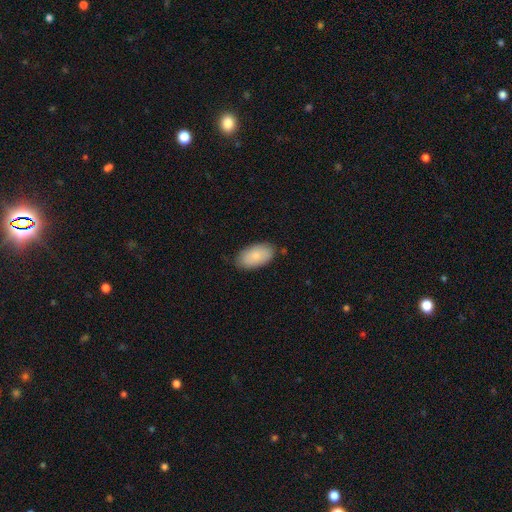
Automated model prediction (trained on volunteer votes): A smooth galaxy with no disk features (80%) that is in between round and cigar-shaped (95%).

Vote fractions:
- Smooth or featured? smooth: 80% / featured or disk: 14% / star or artifact: 6%
- How rounded? in between: 95% / round: 3% / cigar-shaped: 2%
- Merging? none: 81% / minor disturbance: 15% / major disturbance: 3% / merger: 1%